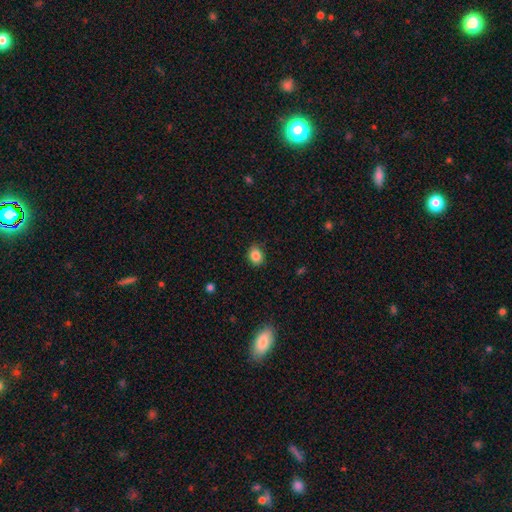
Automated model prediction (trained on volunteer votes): smooth-or-featured: smooth: 85% | star or artifact: 10% | featured or disk: 5%
  how-rounded: round: 53% | in between: 46% | cigar-shaped: 1%
  merging: none: 85% | minor disturbance: 12% | major disturbance: 2% | merger: 1%